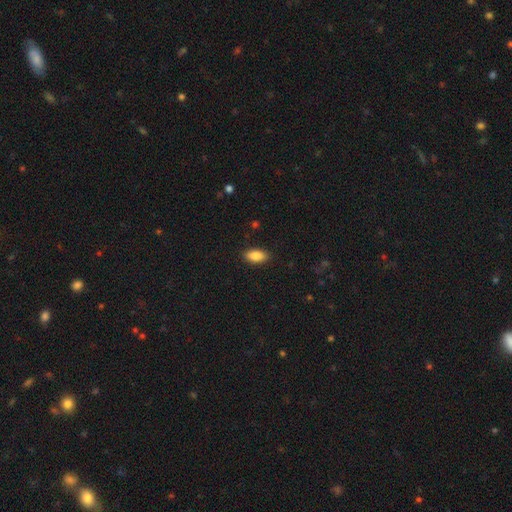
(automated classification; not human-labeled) This appears to be a smooth galaxy with no disk features (87%) that is in between round and cigar-shaped (92%). Merging: none (89%).